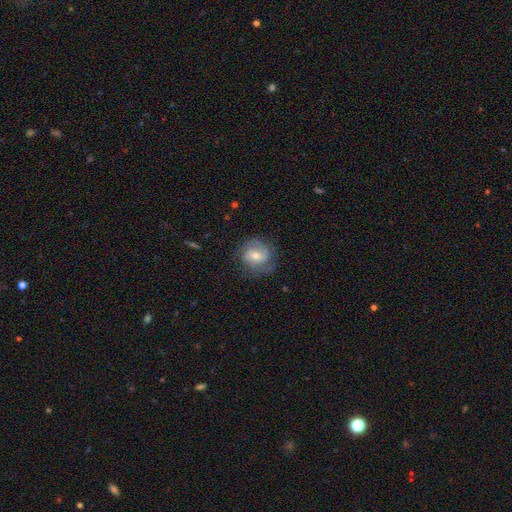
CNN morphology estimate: The model was most divided on "spiral winding": medium: 42%, tight: 40%, loose: 17%. Remaining: edge-on disk — no (97%); spiral arms — yes (86%); merging — none (69%); spiral arm count — 2 (61%); smooth or featured — featured or disk (61%); bulge size — moderate (57%); bar — weak (46%).